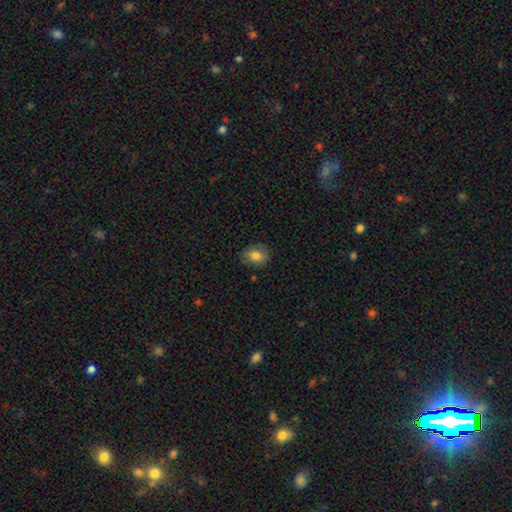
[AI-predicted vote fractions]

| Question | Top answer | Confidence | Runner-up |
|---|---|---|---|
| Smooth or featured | smooth | 77% | featured or disk (14%) |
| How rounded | in between | 51% | round (48%) |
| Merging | none | 79% | minor disturbance (16%) |